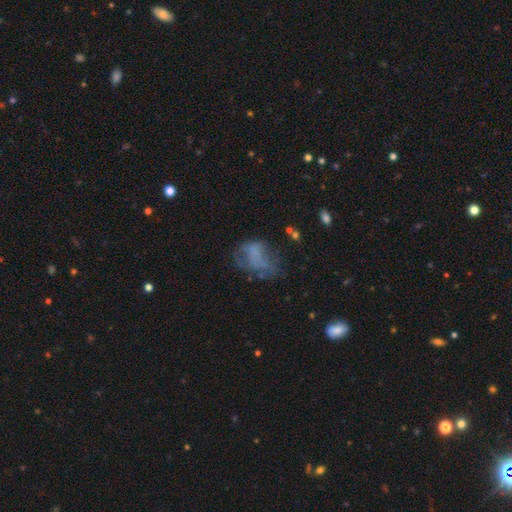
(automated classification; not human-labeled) Morphology: type=smooth (47%); merging=major disturbance (36%, tied with none).